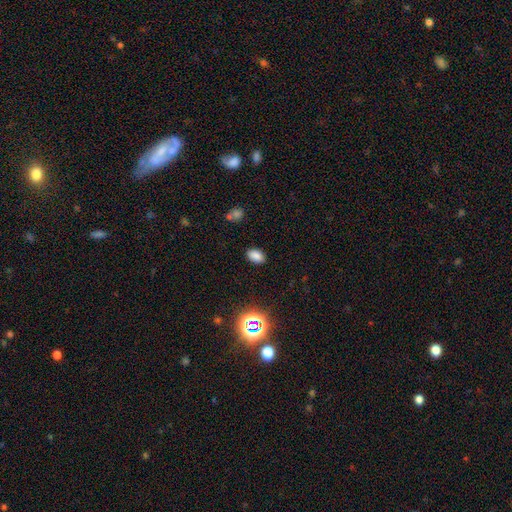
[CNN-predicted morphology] type=smooth (79%); roundness=in between (88%); merging=none (87%).